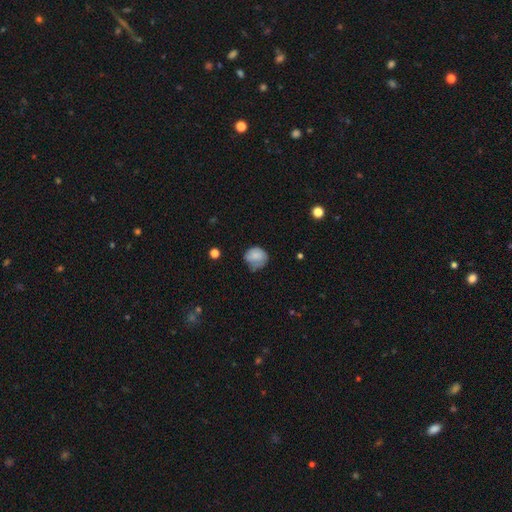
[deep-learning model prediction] This appears to be a smooth galaxy with no disk features (77%) that is round (73%). Merging: none (44%).